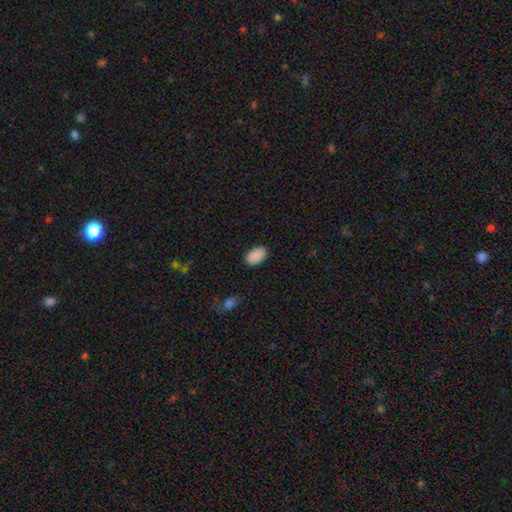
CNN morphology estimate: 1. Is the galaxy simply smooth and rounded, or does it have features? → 90% smooth, 7% star or artifact, 3% featured or disk.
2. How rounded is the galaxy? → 93% in between, 6% round, 1% cigar-shaped.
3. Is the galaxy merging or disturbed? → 87% none, 10% minor disturbance, 2% major disturbance, 1% merger.